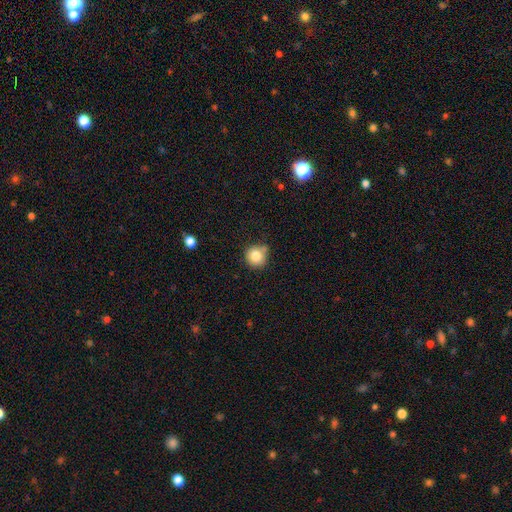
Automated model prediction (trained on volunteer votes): Smooth or featured?
  - smooth: 81% *
  - star or artifact: 10%
  - featured or disk: 9%
How rounded?
  - round: 93% *
  - in between: 6%
  - cigar-shaped: 1%
Merging?
  - none: 68% *
  - minor disturbance: 20%
  - merger: 9%
  - major disturbance: 4%